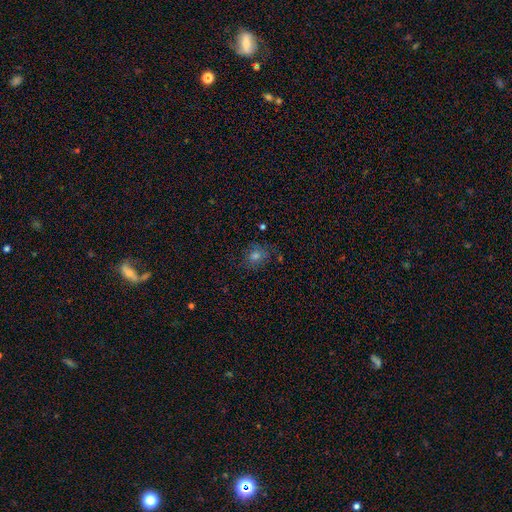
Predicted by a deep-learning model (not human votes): A smooth galaxy with no disk features (60%) that is round (65%).

Vote fractions:
- Smooth or featured? smooth: 60% / star or artifact: 24% / featured or disk: 16%
- How rounded? round: 65% / in between: 34% / cigar-shaped: 1%
- Merging? none: 75% / minor disturbance: 17% / major disturbance: 6% / merger: 2%